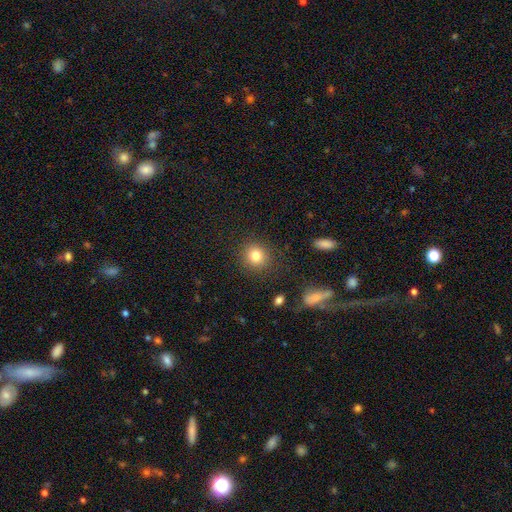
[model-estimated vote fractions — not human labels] Smooth or featured? smooth (82%)
How rounded? round (87%)
Merging? none (88%)